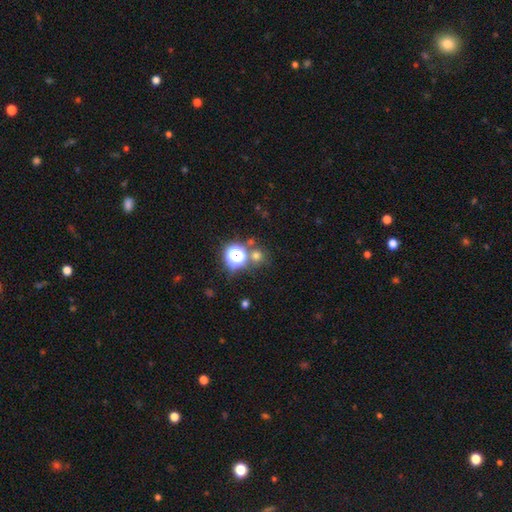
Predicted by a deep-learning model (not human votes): smooth_or_featured: smooth (p=0.63) [alt: star or artifact p=0.30]
how_rounded: round (p=0.89) [alt: in between p=0.10]
merging: none (p=0.72) [alt: merger p=0.15]